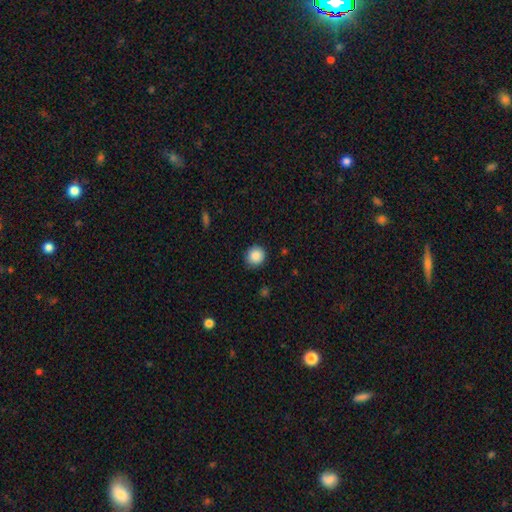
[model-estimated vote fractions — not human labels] Morphology: type=smooth (88%); roundness=round (91%); merging=none (86%).